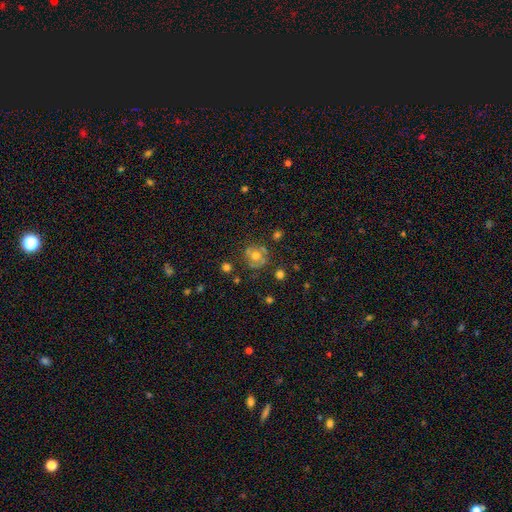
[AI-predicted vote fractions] Q: Smooth or featured?
A: featured or disk (42%); runner-up: smooth (41%)
Q: Merging?
A: none (67%); runner-up: minor disturbance (17%)